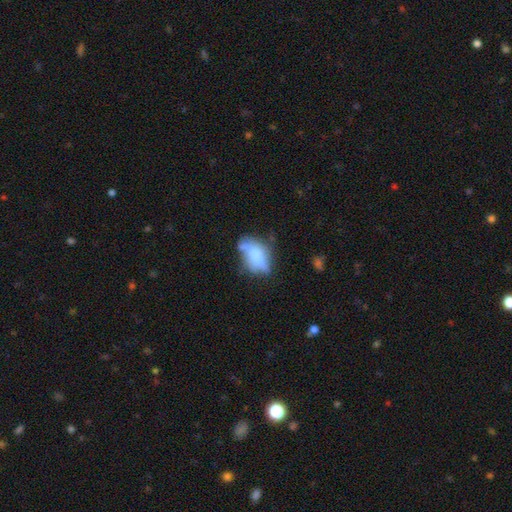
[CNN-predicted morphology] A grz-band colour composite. It shows a smooth galaxy with no disk features (62%) that is in between round and cigar-shaped (86%). Merging: none (37%).